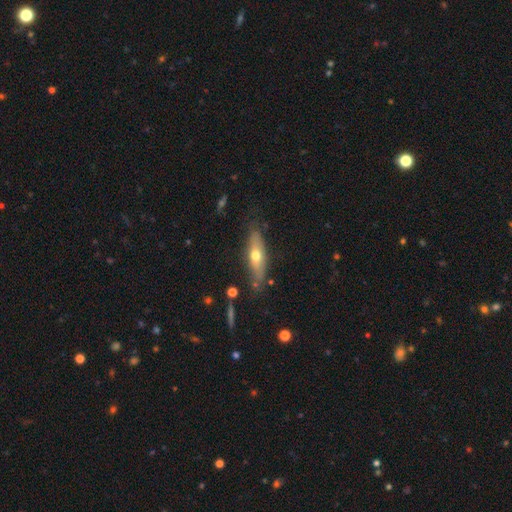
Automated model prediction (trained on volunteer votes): Overall: smooth (52%; featured or disk 42%). How rounded: cigar-shaped (55%; in between 42%). Merging: none (75%).